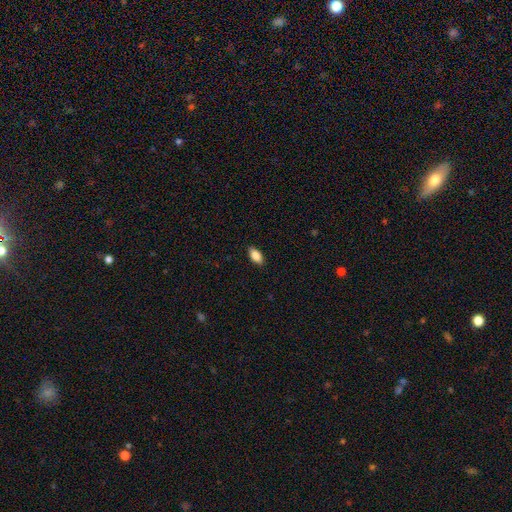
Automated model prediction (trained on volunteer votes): smooth 86%, star or artifact 7%, featured or disk 7%. Down the decision tree: how rounded — in between (91%); merging — none (89%).